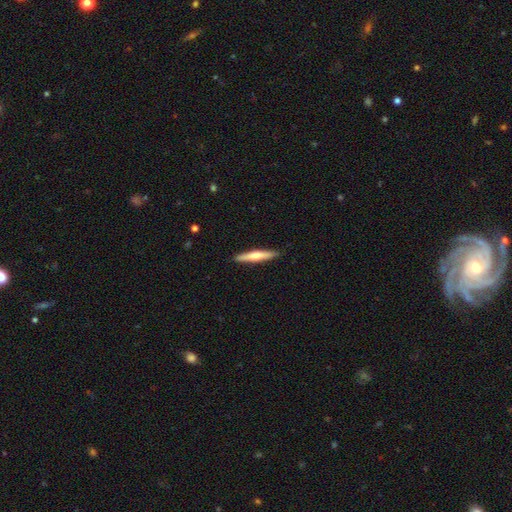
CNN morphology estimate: This is possibly a smooth galaxy (59%). How rounded: clearly cigar-shaped (91%). Merging: clearly none (90%).